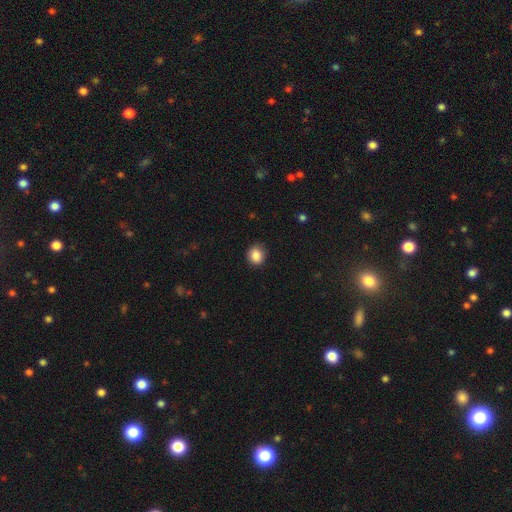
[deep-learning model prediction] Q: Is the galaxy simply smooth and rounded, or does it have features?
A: smooth — 87%.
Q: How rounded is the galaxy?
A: round — 77%.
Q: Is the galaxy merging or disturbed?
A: none — 86%.